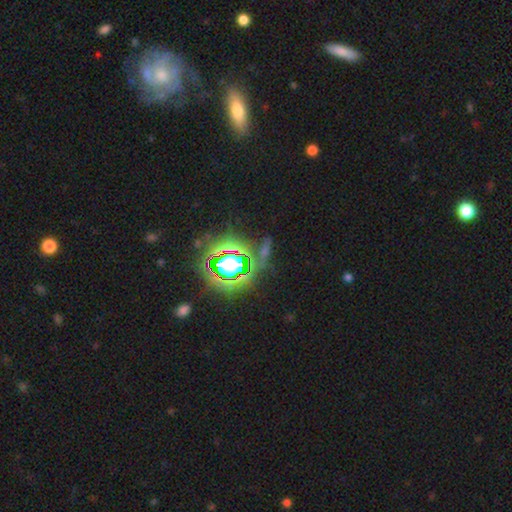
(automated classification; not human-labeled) Q: Smooth or featured?
A: star or artifact (78%); runner-up: smooth (11%)